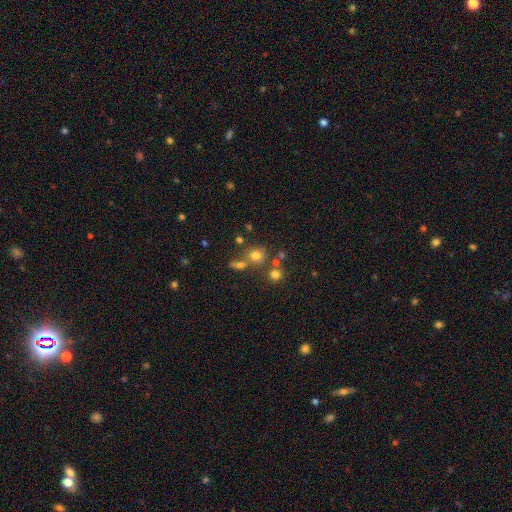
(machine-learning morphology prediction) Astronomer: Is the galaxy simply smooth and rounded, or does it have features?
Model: smooth — 71%.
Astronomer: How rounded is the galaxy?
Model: round — 83%.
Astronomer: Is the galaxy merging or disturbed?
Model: none — 61%.